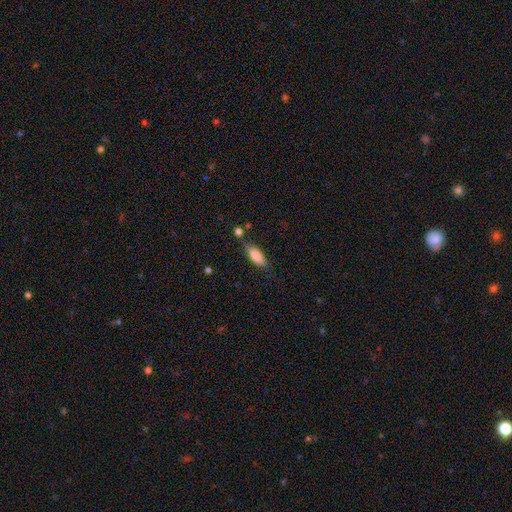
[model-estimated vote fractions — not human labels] The model was most divided on "how rounded": in between: 67%, cigar-shaped: 31%, round: 2%. More confident: smooth or featured — smooth (82%); merging — none (74%).